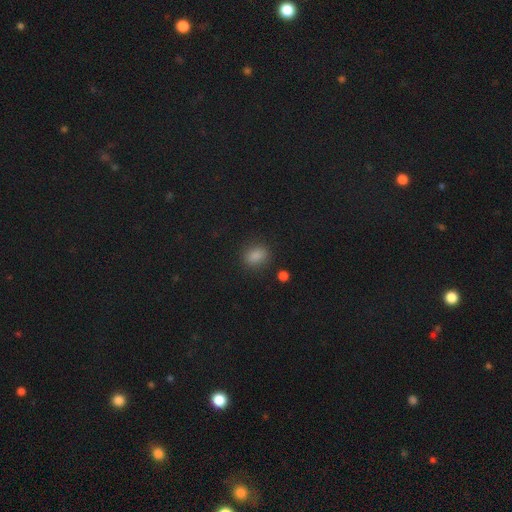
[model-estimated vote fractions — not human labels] A smooth galaxy with no disk features (84%) that is in between round and cigar-shaped (64%). Merging: none (82%).